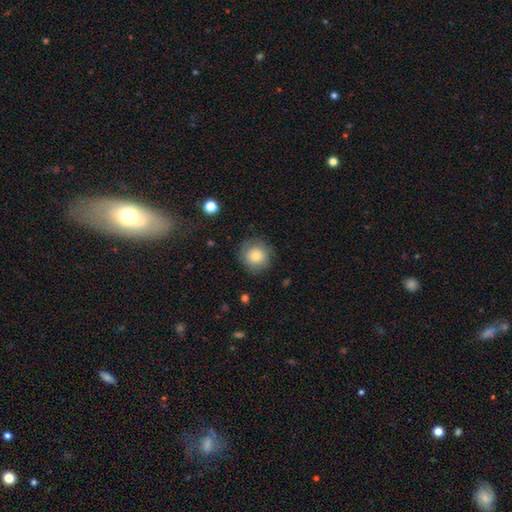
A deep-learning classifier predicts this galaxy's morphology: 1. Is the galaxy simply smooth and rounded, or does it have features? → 78% smooth, 13% featured or disk, 9% star or artifact.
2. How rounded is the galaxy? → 93% round, 6% in between, 1% cigar-shaped.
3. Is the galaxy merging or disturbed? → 82% none, 13% minor disturbance, 4% major disturbance, 1% merger.